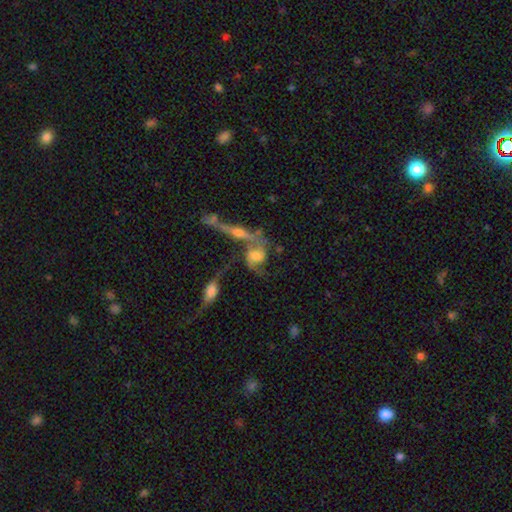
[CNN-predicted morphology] smooth_or_featured: featured or disk (p=0.76) [alt: smooth p=0.15]
disk_edge_on: no (p=0.89) [alt: yes p=0.11]
bar: no (p=0.56) [alt: weak p=0.34]
has_spiral_arms: yes (p=0.90) [alt: no p=0.10]
spiral_winding: loose (p=0.55) [alt: medium p=0.34]
spiral_arm_count: 2 (p=0.86) [alt: can't tell p=0.05]
bulge_size: moderate (p=0.53) [alt: small p=0.23]
merging: merger (p=0.52) [alt: none p=0.25]